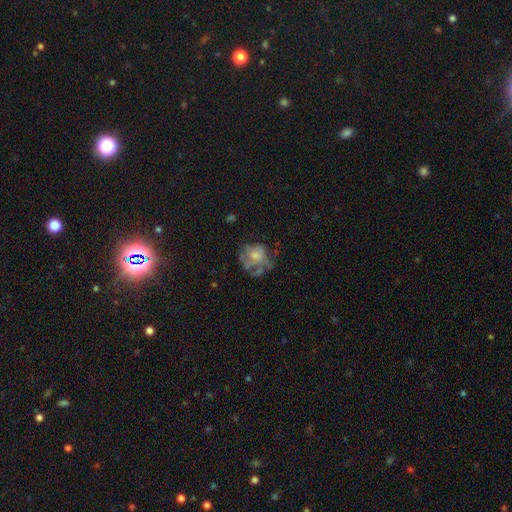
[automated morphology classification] A featured or disk galaxy (50%).

Vote fractions:
- Smooth or featured? featured or disk: 50% / smooth: 39% / star or artifact: 11%
- Edge-on disk? no: 98% / yes: 2%
- Merging? none: 44% / major disturbance: 29% / minor disturbance: 23% / merger: 4%